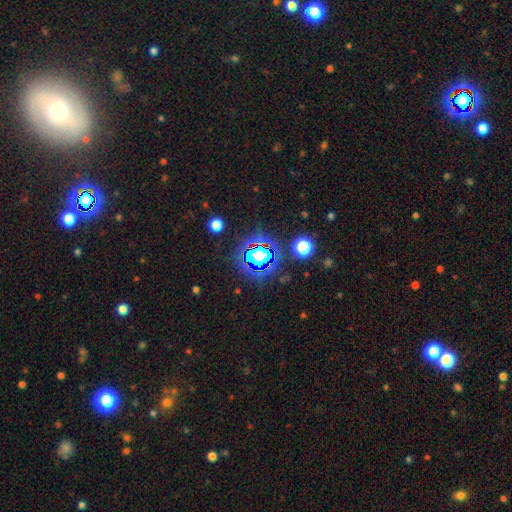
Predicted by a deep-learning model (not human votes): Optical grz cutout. It shows a star or artifact, not a galaxy (76%).